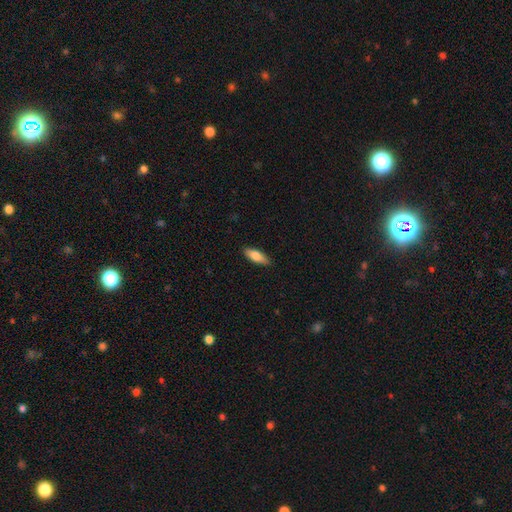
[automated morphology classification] Q: Smooth or featured?
A: smooth (80%); runner-up: featured or disk (14%)
Q: How rounded?
A: in between (66%); runner-up: cigar-shaped (32%)
Q: Merging?
A: none (87%); runner-up: minor disturbance (10%)